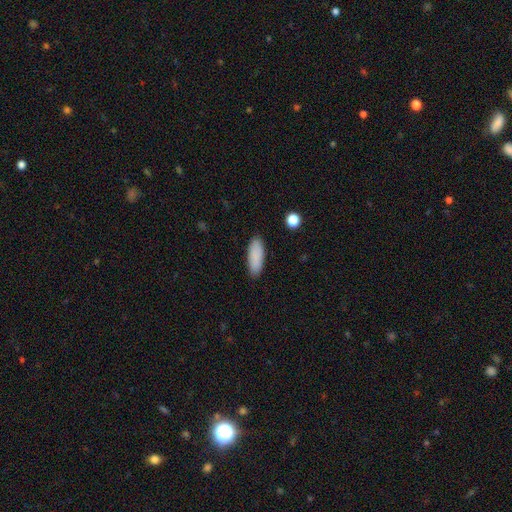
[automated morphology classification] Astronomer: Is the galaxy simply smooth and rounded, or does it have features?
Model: smooth — 89%.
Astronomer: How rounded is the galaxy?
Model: in between — 65%.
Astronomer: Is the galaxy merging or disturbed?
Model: none — 88%.